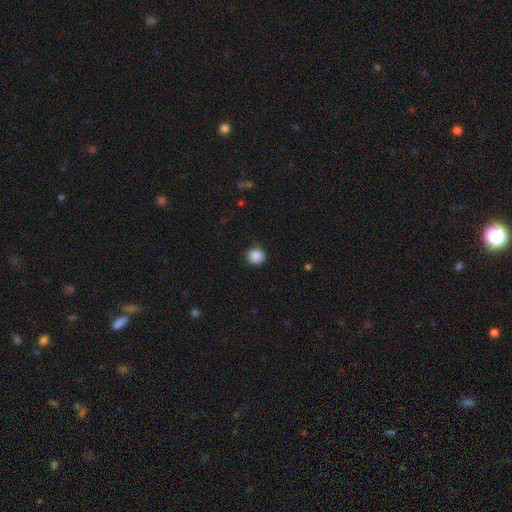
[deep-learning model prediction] Q: Smooth or featured?
A: smooth (88%); runner-up: star or artifact (9%)
Q: How rounded?
A: round (81%); runner-up: in between (18%)
Q: Merging?
A: none (87%); runner-up: minor disturbance (10%)